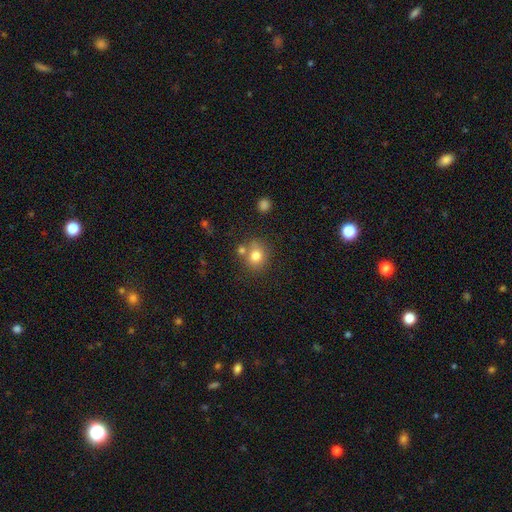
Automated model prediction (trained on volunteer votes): Q: Smooth or featured?
A: smooth (78%); runner-up: star or artifact (11%)
Q: How rounded?
A: round (73%); runner-up: in between (26%)
Q: Merging?
A: none (62%); runner-up: merger (20%)